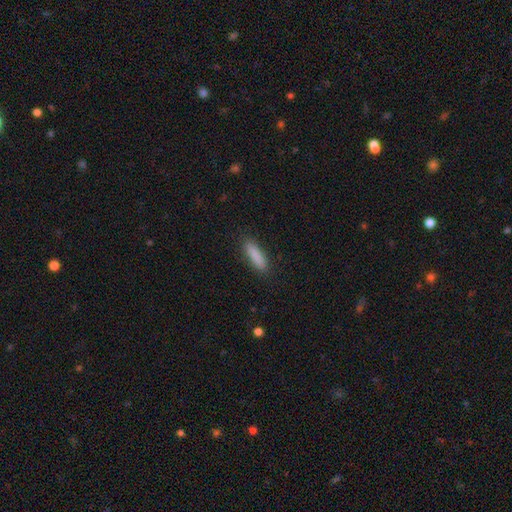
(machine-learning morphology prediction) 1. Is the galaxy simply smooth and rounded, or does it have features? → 87% smooth, 7% star or artifact, 6% featured or disk.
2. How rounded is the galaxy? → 68% cigar-shaped, 31% in between, 2% round.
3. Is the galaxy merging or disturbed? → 88% none, 9% minor disturbance, 2% major disturbance, 1% merger.